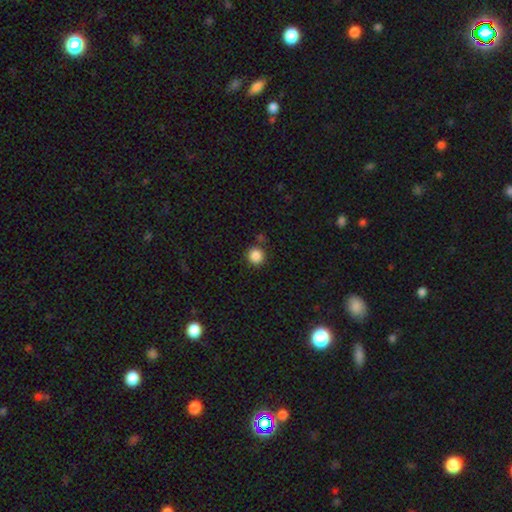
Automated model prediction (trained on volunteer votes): A smooth galaxy with no disk features (86%) that is round (93%). Merging: none (82%).